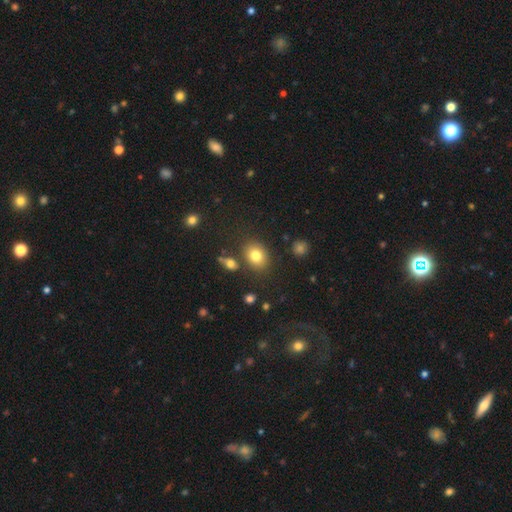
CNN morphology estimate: smooth-or-featured: smooth: 79% | star or artifact: 11% | featured or disk: 10%
  how-rounded: in between: 53% | round: 46% | cigar-shaped: 1%
  merging: none: 80% | minor disturbance: 10% | merger: 6% | major disturbance: 3%